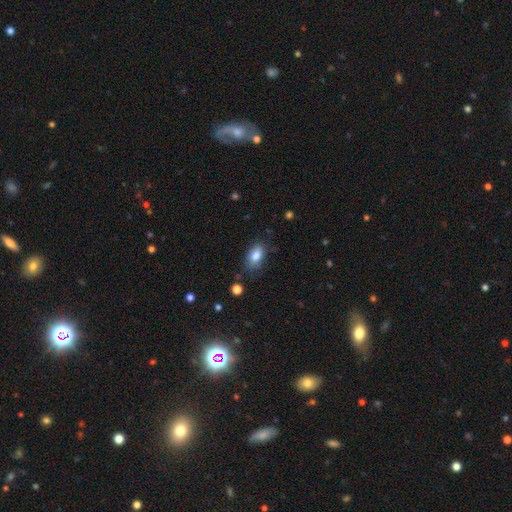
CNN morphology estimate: Overall: smooth (82%). How rounded: in between (89%). Merging: none (73%).